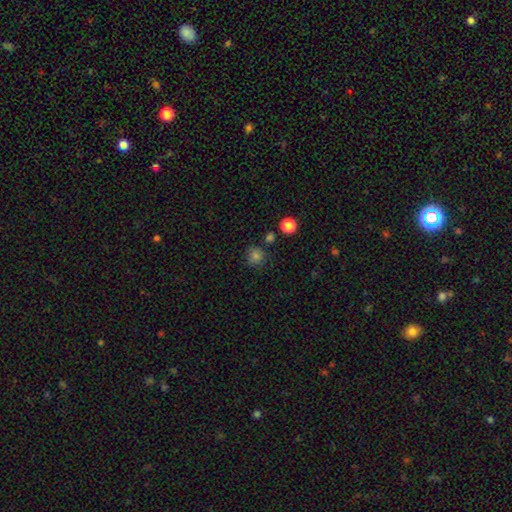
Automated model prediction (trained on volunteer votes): This appears to be a smooth galaxy with no disk features (80%) that is round (92%). Merging: none (82%).